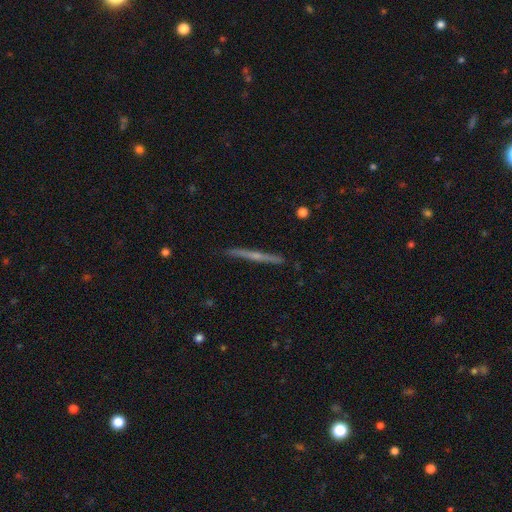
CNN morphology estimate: type=featured or disk (71%); edge-on=yes (98%); edge-on bulge=rounded (63%); merging=none (90%).